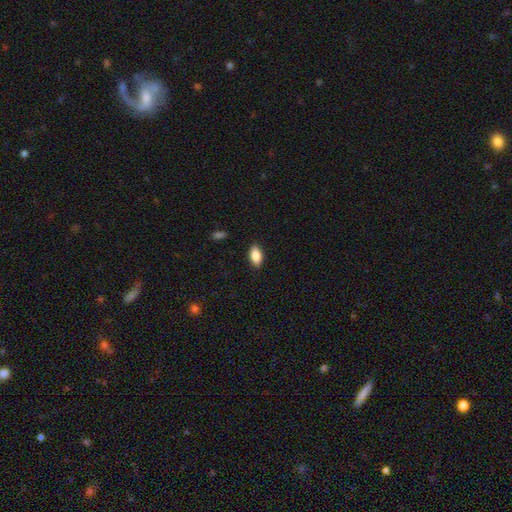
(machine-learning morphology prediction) The model was most divided on "merging": none: 88%, minor disturbance: 9%, major disturbance: 2%, merger: 1%. More confident: how rounded — in between (91%); smooth or featured — smooth (86%).